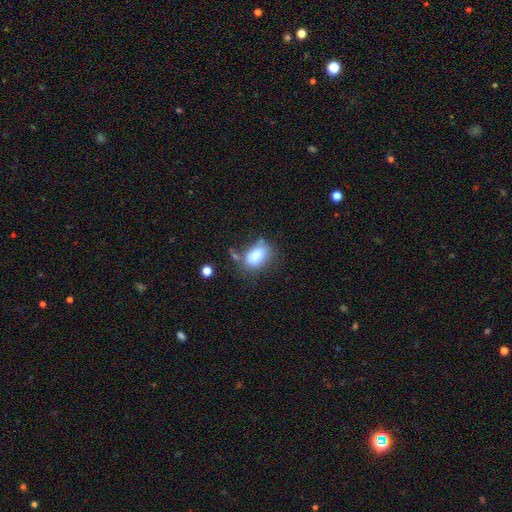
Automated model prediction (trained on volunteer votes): smooth-or-featured: smooth: 80% | featured or disk: 11% | star or artifact: 9%
  how-rounded: in between: 84% | round: 14% | cigar-shaped: 2%
  merging: none: 52% | minor disturbance: 26% | merger: 11% | major disturbance: 11%